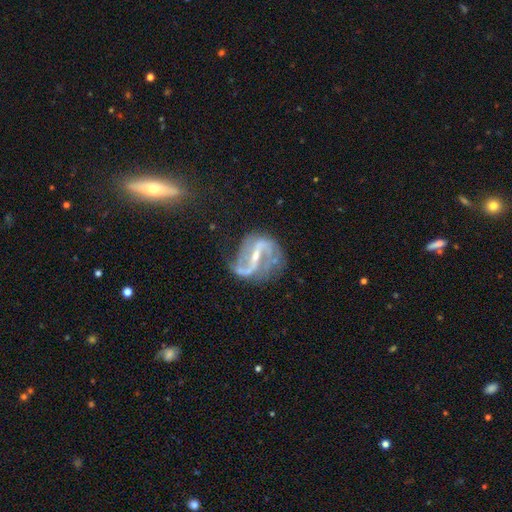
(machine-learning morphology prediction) featured or disk 90%, star or artifact 6%, smooth 4%. Down the decision tree: edge-on disk — no (97%); bar — strong (65%); spiral arms — yes (96%); spiral arm count — 2 (88%); spiral winding — loose (52%); bulge size — small (68%); merging — none (61%).